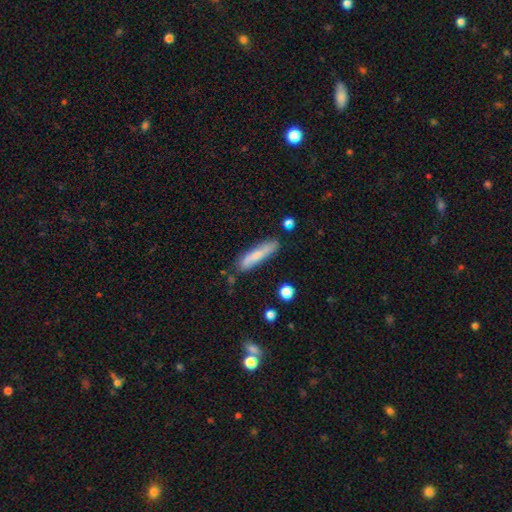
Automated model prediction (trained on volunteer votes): Smooth or featured: smooth — 67% (featured or disk — 27%)
How rounded: cigar-shaped — 83% (in between — 16%)
Merging: none — 77% (minor disturbance — 16%)